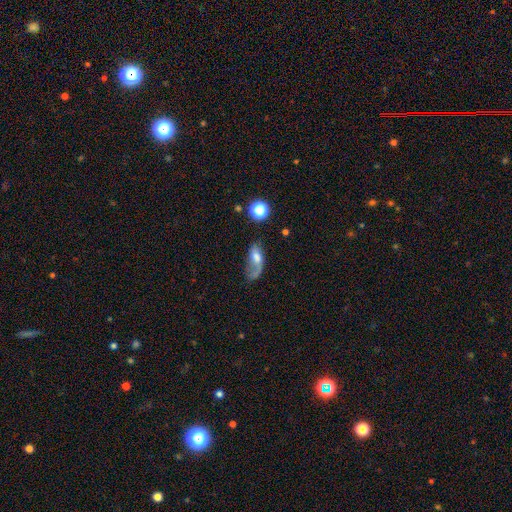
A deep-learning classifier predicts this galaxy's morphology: This is possibly a smooth galaxy (47%). Merging: marginally major disturbance (37%).